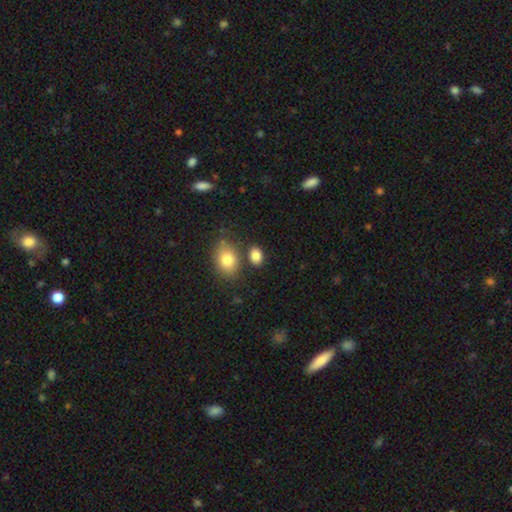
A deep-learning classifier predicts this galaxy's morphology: smooth-or-featured: smooth: 85% | star or artifact: 9% | featured or disk: 6%
  how-rounded: in between: 76% | round: 22% | cigar-shaped: 1%
  merging: none: 71% | merger: 13% | minor disturbance: 12% | major disturbance: 4%